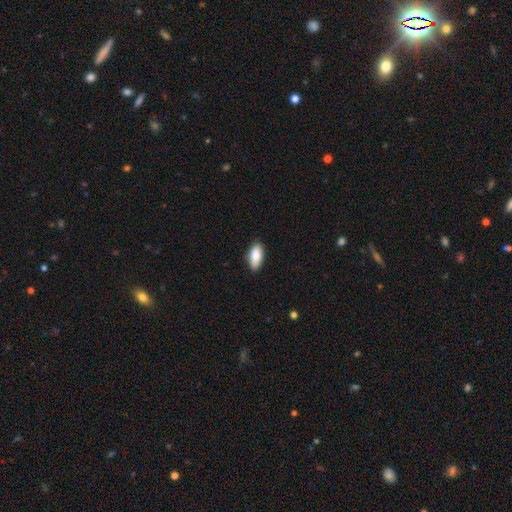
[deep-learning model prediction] This appears to be a smooth galaxy with no disk features (81%) that is in between round and cigar-shaped (88%). Merging: none (85%).